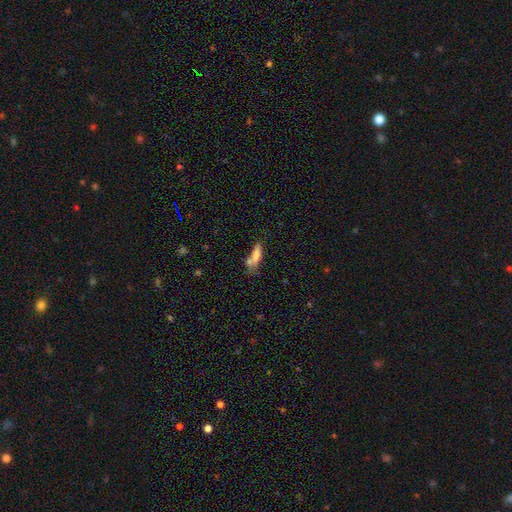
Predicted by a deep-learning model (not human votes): Q: Smooth or featured?
A: smooth (73%); runner-up: featured or disk (18%)
Q: How rounded?
A: cigar-shaped (50%); runner-up: in between (47%)
Q: Merging?
A: none (42%); runner-up: merger (29%)